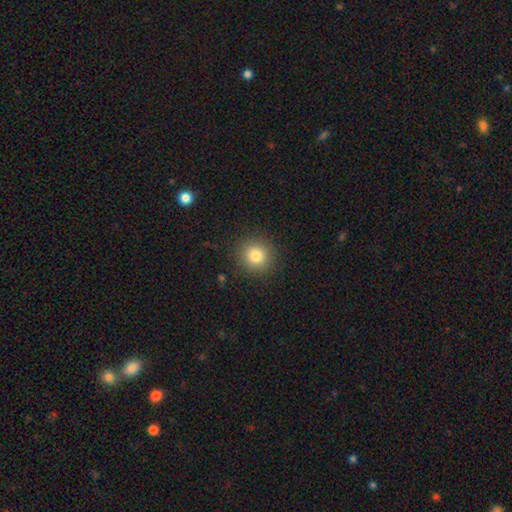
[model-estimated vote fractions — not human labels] A smooth galaxy with no disk features (81%) that is round (93%).

Vote fractions:
- Smooth or featured? smooth: 81% / star or artifact: 12% / featured or disk: 7%
- How rounded? round: 93% / in between: 6% / cigar-shaped: 1%
- Merging? none: 90% / minor disturbance: 6% / major disturbance: 3% / merger: 1%